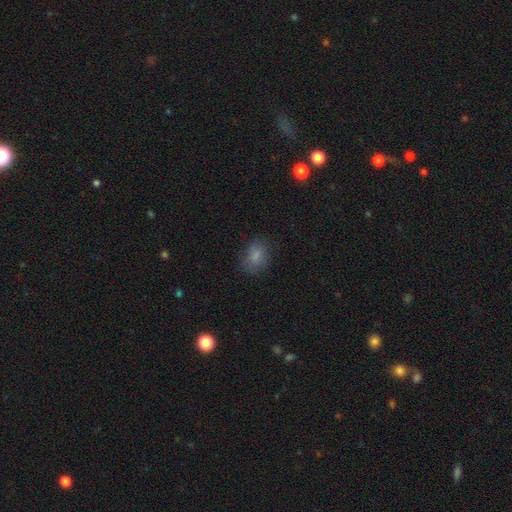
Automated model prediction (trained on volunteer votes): A smooth galaxy with no disk features (81%) that is in between round and cigar-shaped (65%). Merging: none (72%).